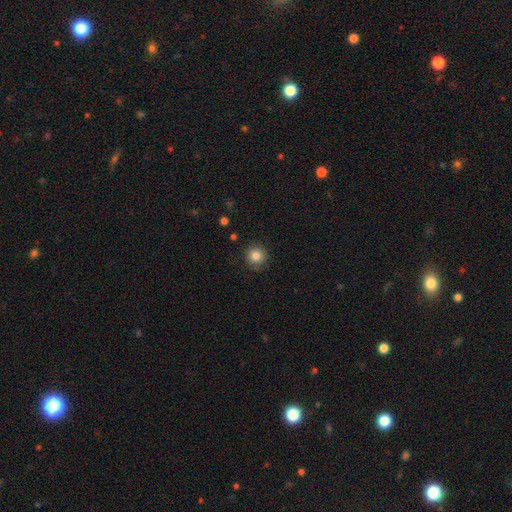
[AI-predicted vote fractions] This appears to be a smooth galaxy with no disk features (83%) that is round (95%). Merging: none (88%).